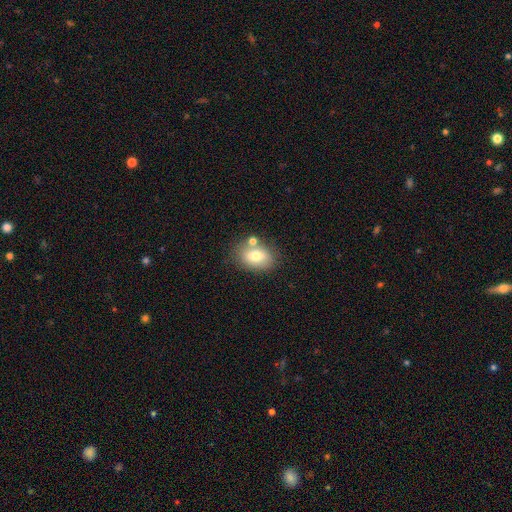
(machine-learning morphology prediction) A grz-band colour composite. It shows a smooth galaxy with no disk features (73%) that is in between round and cigar-shaped (74%). Merging: none (69%).